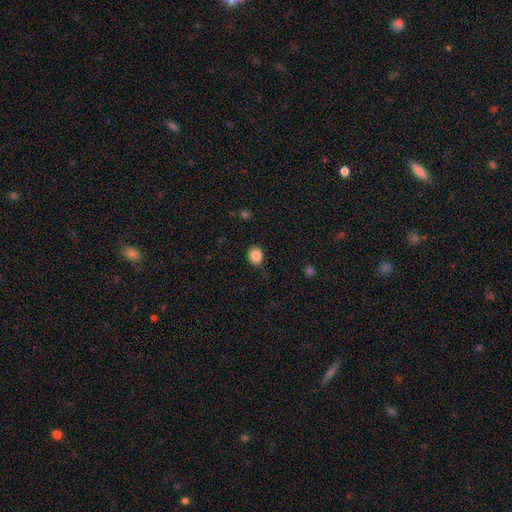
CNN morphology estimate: type=smooth (86%); roundness=round (59%); merging=none (85%).